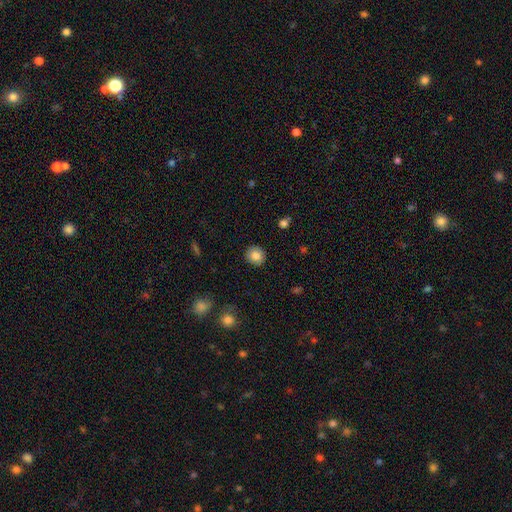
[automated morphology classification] smooth 82%, featured or disk 9%, star or artifact 9%. Down the decision tree: how rounded — round (88%); merging — none (91%).